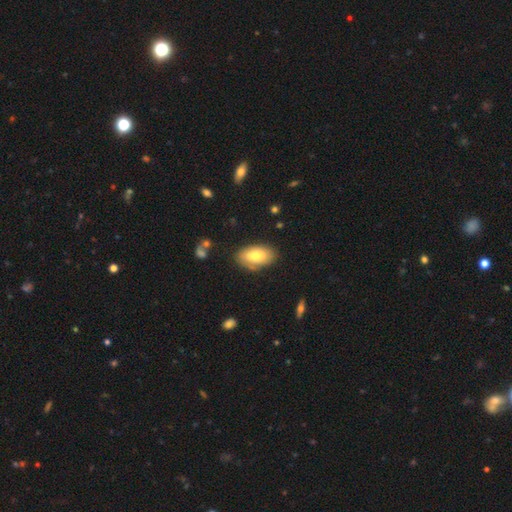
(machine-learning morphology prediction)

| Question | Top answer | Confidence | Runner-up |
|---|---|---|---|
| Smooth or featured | smooth | 76% | featured or disk (17%) |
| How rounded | in between | 94% | round (4%) |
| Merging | none | 79% | minor disturbance (15%) |